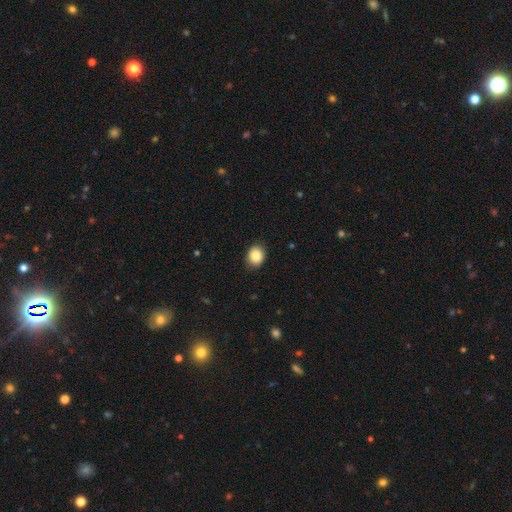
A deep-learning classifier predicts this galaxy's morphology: smooth_or_featured: smooth (p=0.86) [alt: star or artifact p=0.09]
how_rounded: in between (p=0.50) [alt: round p=0.49]
merging: none (p=0.88) [alt: minor disturbance p=0.09]